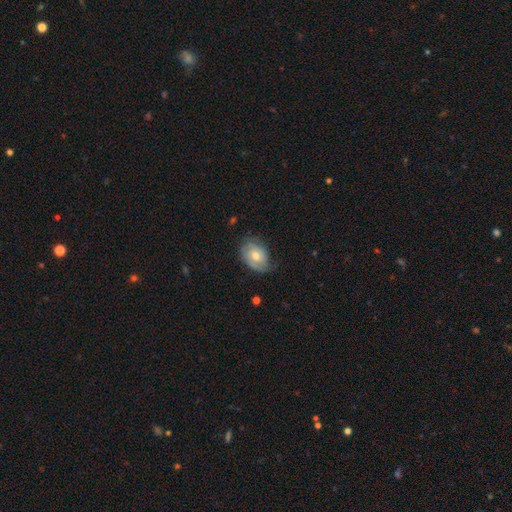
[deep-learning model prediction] smooth-or-featured: featured or disk: 52% | smooth: 41% | star or artifact: 7%
  disk-edge-on: no: 95% | yes: 5%
  merging: none: 63% | minor disturbance: 28% | major disturbance: 8% | merger: 1%